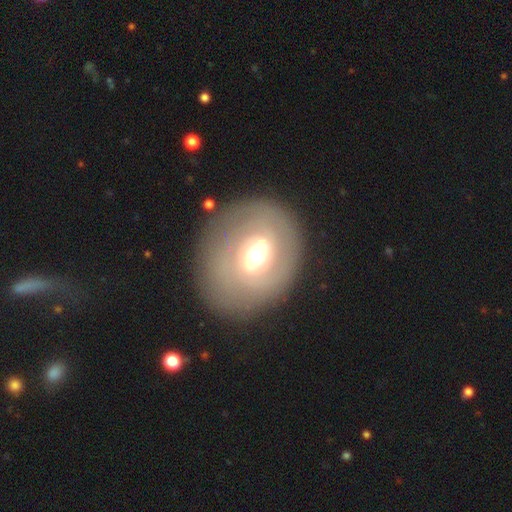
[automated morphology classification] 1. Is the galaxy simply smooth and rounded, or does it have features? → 53% featured or disk, 39% smooth, 8% star or artifact.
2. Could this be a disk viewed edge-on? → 94% no, 6% yes.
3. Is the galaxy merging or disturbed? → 78% none, 13% minor disturbance, 7% major disturbance, 2% merger.